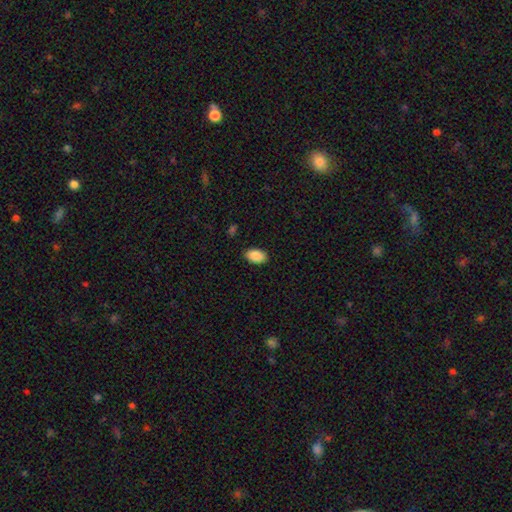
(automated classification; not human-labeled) Morphology: type=smooth (90%); roundness=in between (94%); merging=none (88%).